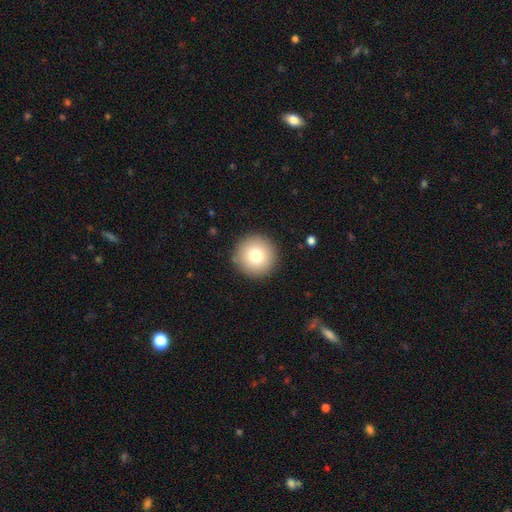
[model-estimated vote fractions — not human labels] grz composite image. It shows a smooth galaxy with no disk features (77%) that is round (96%). Merging: none (90%).